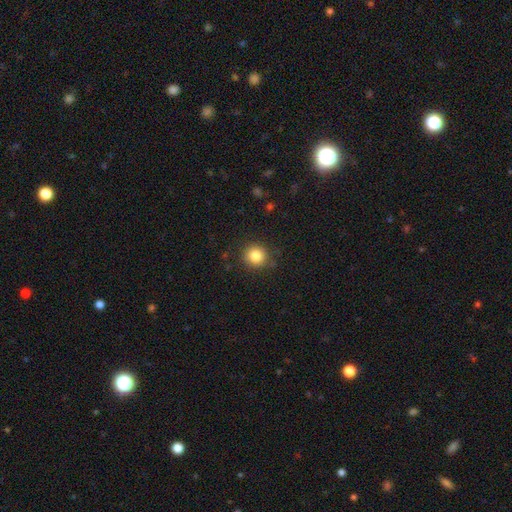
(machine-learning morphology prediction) Smooth or featured?
  - smooth: 84% *
  - star or artifact: 11%
  - featured or disk: 6%
How rounded?
  - round: 92% *
  - in between: 7%
  - cigar-shaped: 1%
Merging?
  - none: 88% *
  - minor disturbance: 8%
  - major disturbance: 3%
  - merger: 1%